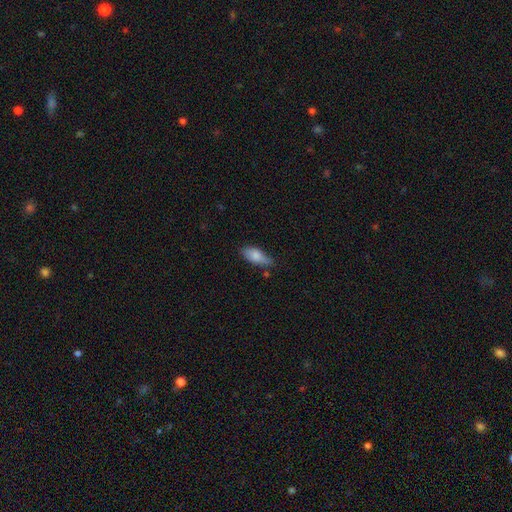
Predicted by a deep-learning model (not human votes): Q: Smooth or featured?
A: smooth (81%); runner-up: featured or disk (12%)
Q: How rounded?
A: in between (82%); runner-up: cigar-shaped (15%)
Q: Merging?
A: none (59%); runner-up: minor disturbance (32%)